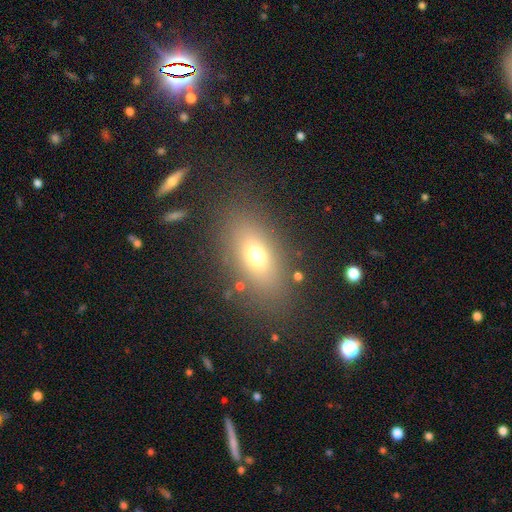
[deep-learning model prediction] A smooth galaxy with no disk features (69%) that is in between round and cigar-shaped (79%). Merging: none (82%).